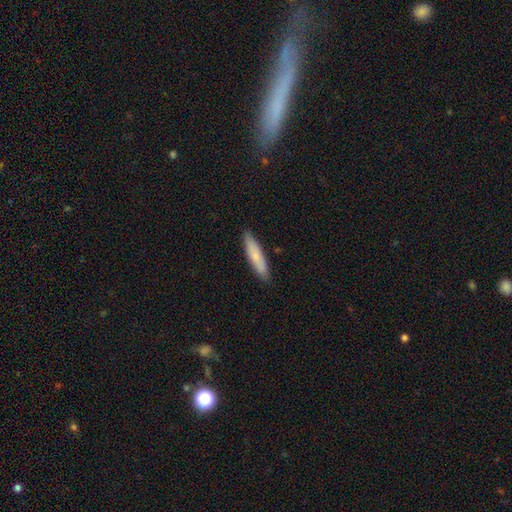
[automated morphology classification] The model was most divided on "smooth or featured": smooth: 74%, featured or disk: 21%, star or artifact: 5%. More confident: merging — none (89%); how rounded — cigar-shaped (82%).